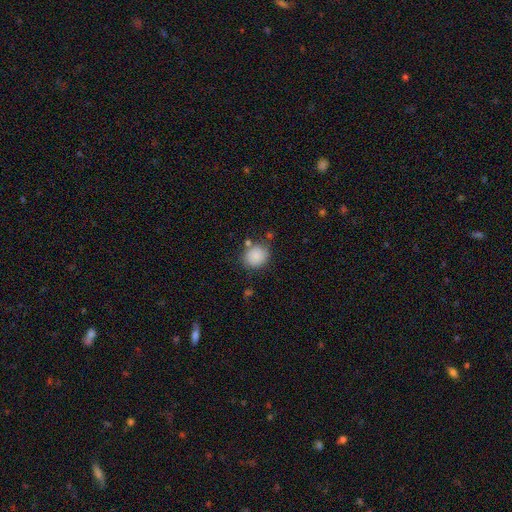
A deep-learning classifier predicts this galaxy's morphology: Smooth or featured? smooth (87%)
How rounded? round (73%)
Merging? none (75%)